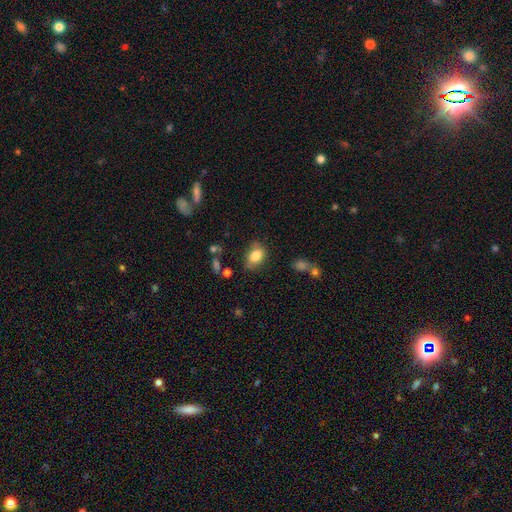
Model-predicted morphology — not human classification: Smooth or featured? smooth (81%)
How rounded? in between (78%)
Merging? none (70%)